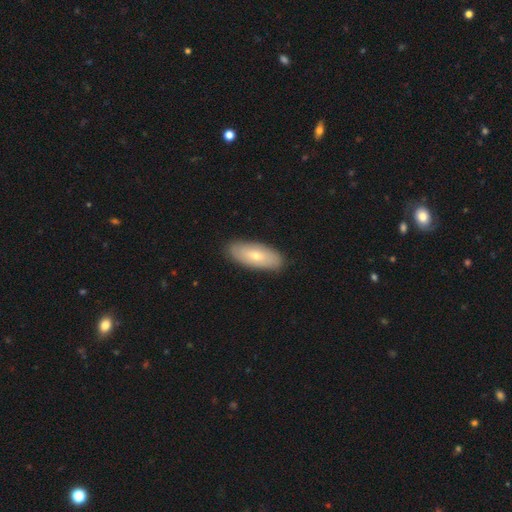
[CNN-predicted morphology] Smooth or featured? smooth (62%)
How rounded? in between (80%)
Merging? none (89%)